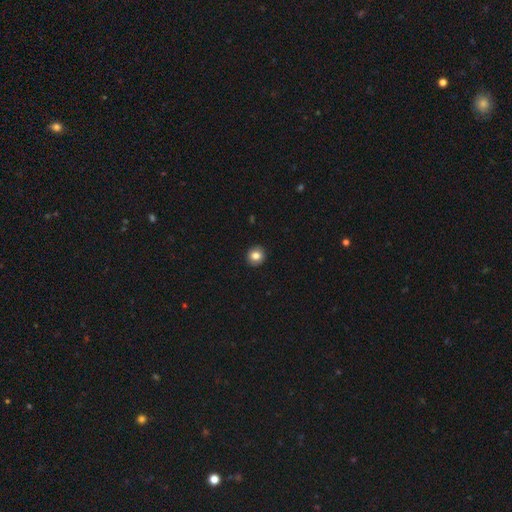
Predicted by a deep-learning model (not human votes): Morphology: type=smooth (83%); roundness=round (88%); merging=none (92%).